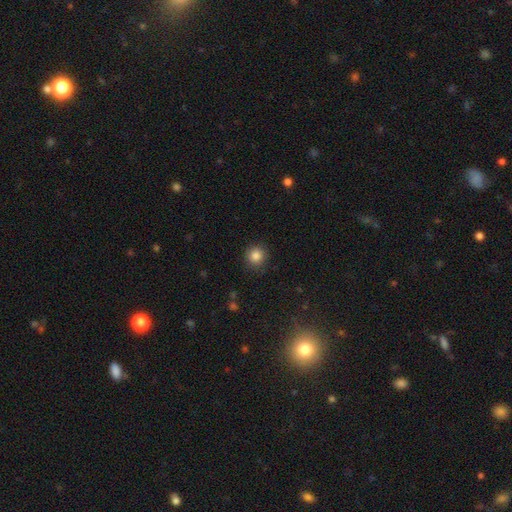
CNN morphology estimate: Smooth or featured? Predicted: smooth (p=0.85). How rounded? Predicted: round (p=0.93). Merging? Predicted: none (p=0.90).